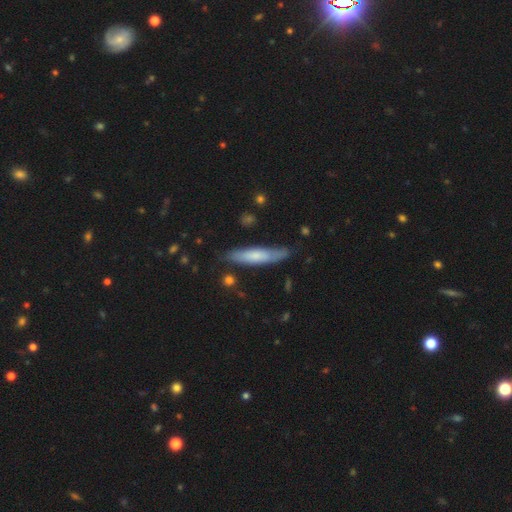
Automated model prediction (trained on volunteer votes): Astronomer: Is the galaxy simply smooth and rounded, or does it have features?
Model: smooth — 64%.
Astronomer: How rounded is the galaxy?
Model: cigar-shaped — 86%.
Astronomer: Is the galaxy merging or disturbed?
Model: none — 77%.